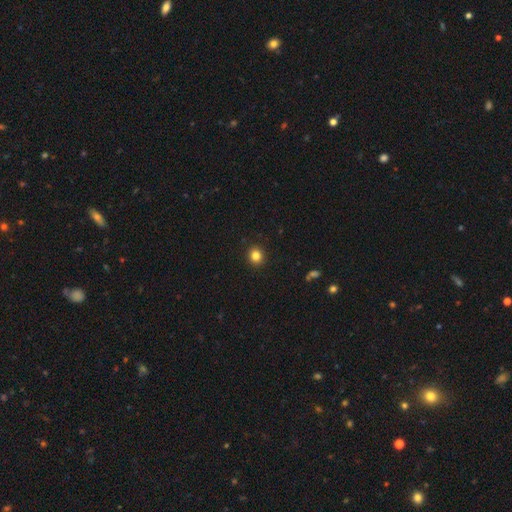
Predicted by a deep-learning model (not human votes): Smooth or featured? smooth (83%)
How rounded? round (87%)
Merging? none (93%)